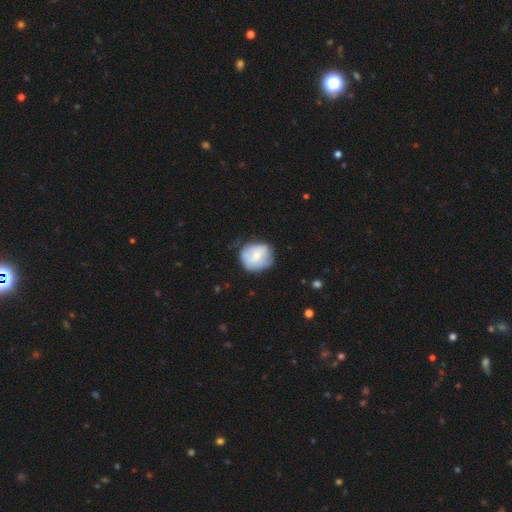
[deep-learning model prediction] Q: Smooth or featured?
A: smooth (65%); runner-up: featured or disk (28%)
Q: How rounded?
A: round (71%); runner-up: in between (28%)
Q: Merging?
A: none (57%); runner-up: minor disturbance (30%)